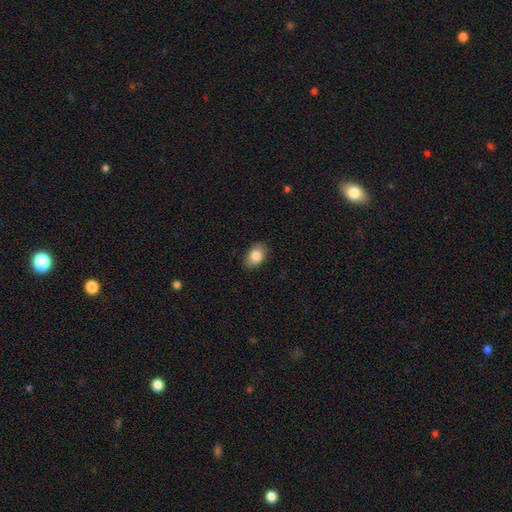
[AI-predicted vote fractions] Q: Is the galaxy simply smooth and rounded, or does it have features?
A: smooth — 84%.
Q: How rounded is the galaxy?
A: in between — 85%.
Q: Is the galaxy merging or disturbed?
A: none — 86%.